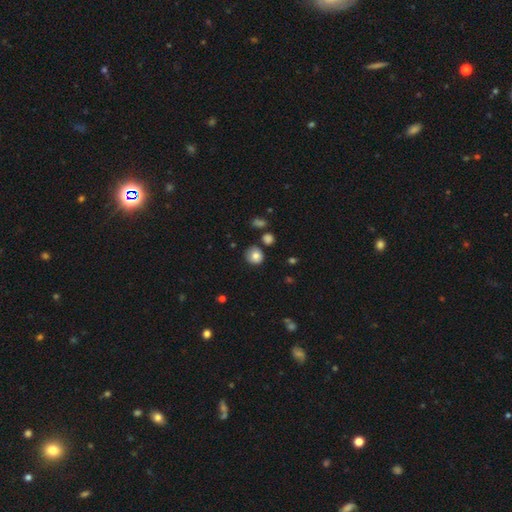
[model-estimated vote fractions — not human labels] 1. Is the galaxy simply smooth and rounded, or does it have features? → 79% smooth, 11% featured or disk, 10% star or artifact.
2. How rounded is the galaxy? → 89% round, 10% in between, 1% cigar-shaped.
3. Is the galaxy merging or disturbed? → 82% none, 11% minor disturbance, 5% merger, 3% major disturbance.